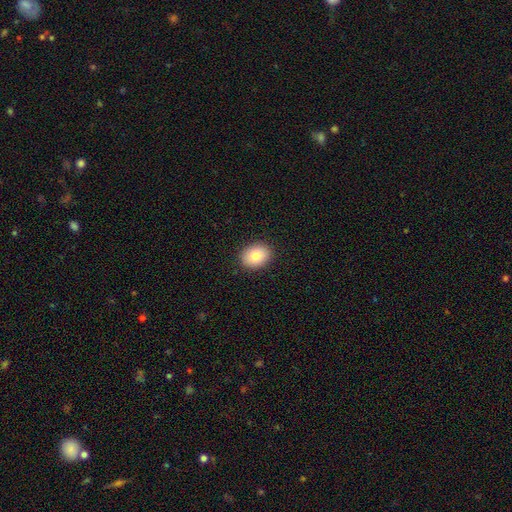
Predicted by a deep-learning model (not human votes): The model was most divided on "how rounded": in between: 57%, round: 42%, cigar-shaped: 1%. More confident: merging — none (90%); smooth or featured — smooth (81%).